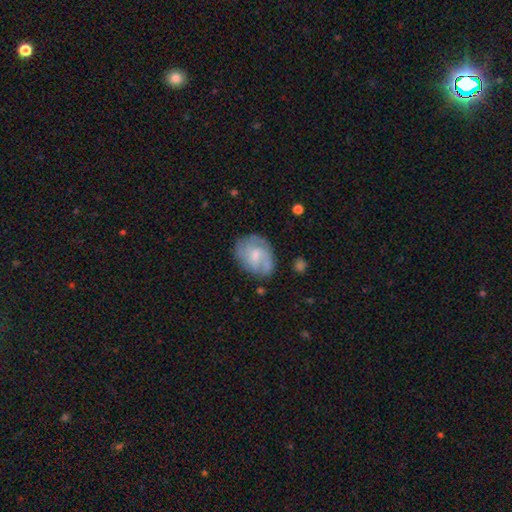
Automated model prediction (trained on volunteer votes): Morphology: type=featured or disk (52%); edge-on=no (97%); merging=none (62%).